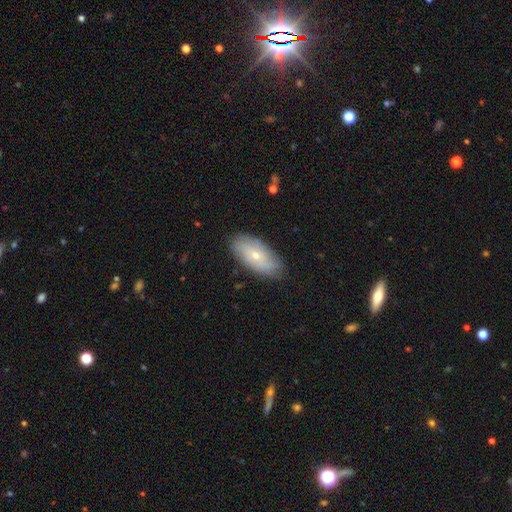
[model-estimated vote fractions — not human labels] Morphology: type=smooth (52%); roundness=in between (90%); merging=none (83%).